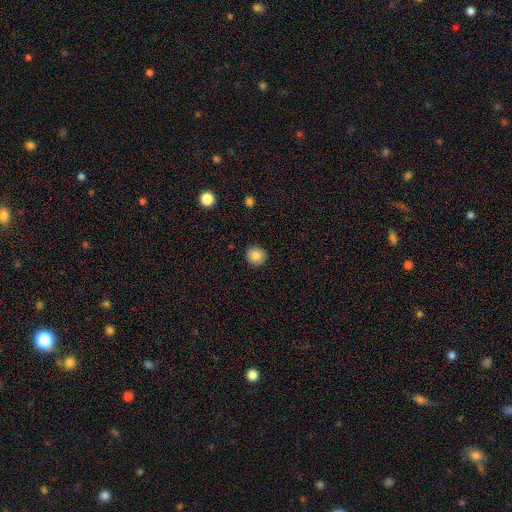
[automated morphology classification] A smooth galaxy with no disk features (84%) that is round (92%). Merging: none (91%).